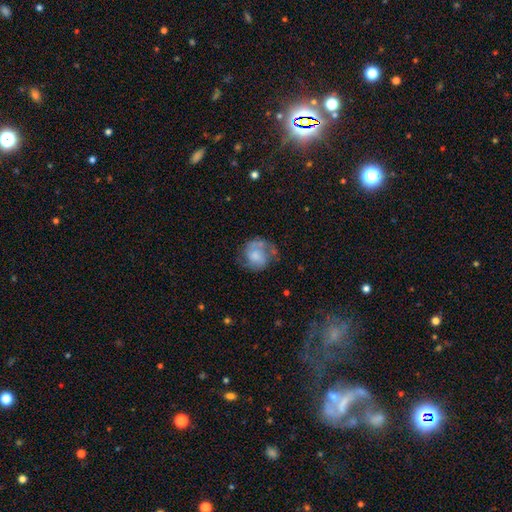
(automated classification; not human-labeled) This is possibly a featured or disk galaxy (57%). It is clearly not viewed edge-on (98%). Bar: likely no (65%). Spiral arm pattern: clearly yes (81%). Central bulge: marginally moderate (31%). Merging: possibly none (53%).